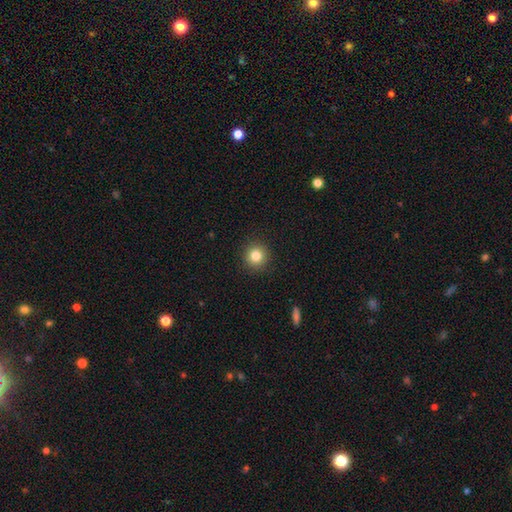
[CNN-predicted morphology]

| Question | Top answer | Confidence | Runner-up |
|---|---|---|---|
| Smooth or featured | smooth | 83% | star or artifact (11%) |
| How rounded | round | 93% | in between (6%) |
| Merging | none | 92% | minor disturbance (5%) |